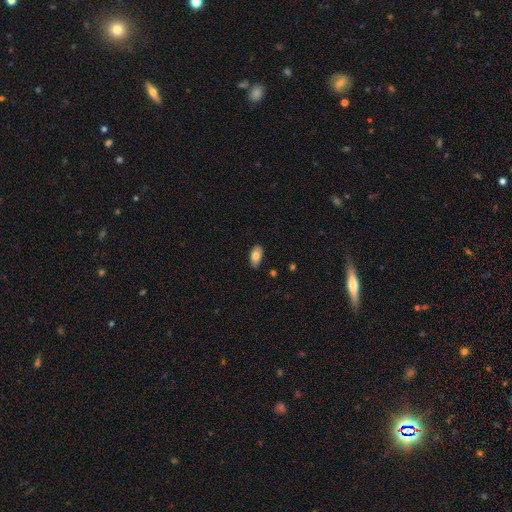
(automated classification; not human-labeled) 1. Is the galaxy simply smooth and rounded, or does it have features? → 80% smooth, 13% featured or disk, 7% star or artifact.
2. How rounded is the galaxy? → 94% in between, 3% round, 3% cigar-shaped.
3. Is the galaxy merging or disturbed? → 85% none, 12% minor disturbance, 2% major disturbance, 1% merger.